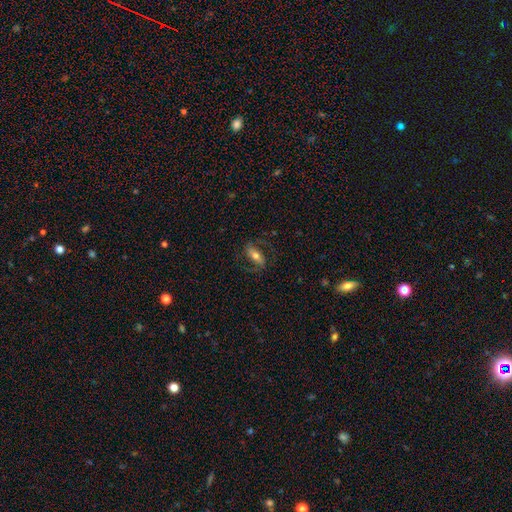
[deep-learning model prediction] This is possibly a featured or disk galaxy (53%). It is clearly not viewed edge-on (82%). Merging: likely none (72%).